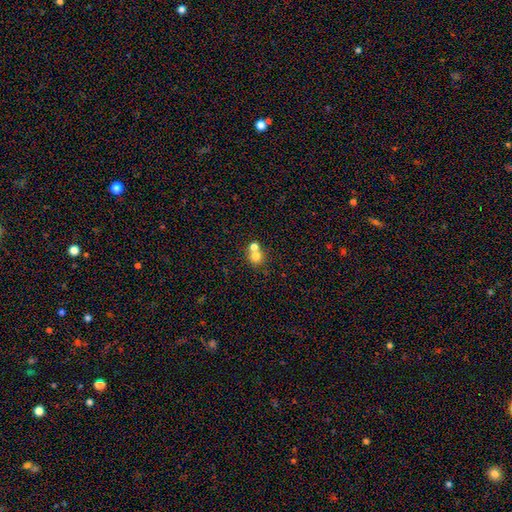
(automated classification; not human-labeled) A smooth galaxy with no disk features (74%) that is round (85%). Merging: merger (51%).